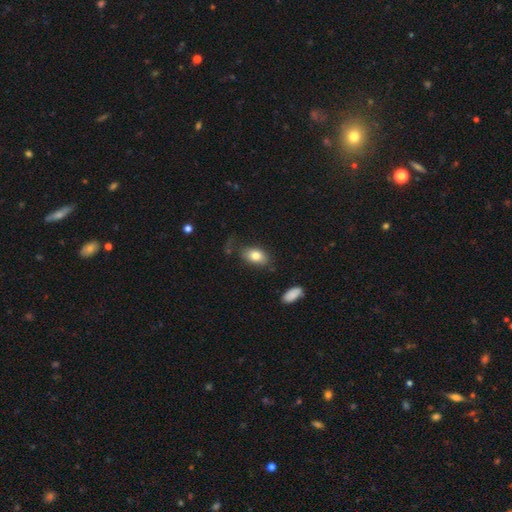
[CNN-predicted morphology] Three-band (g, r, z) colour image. It shows a smooth galaxy with no disk features (81%) that is in between round and cigar-shaped (89%). Merging: none (73%).